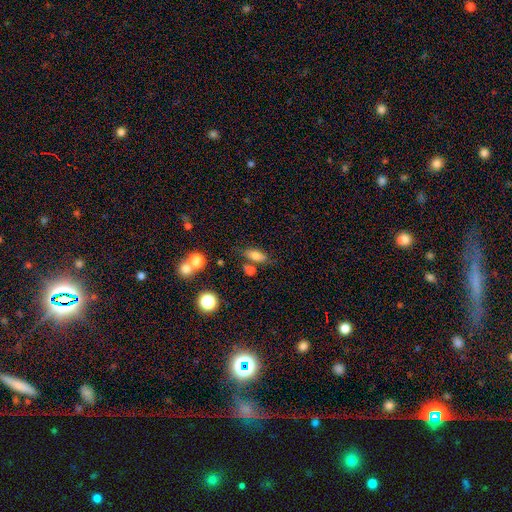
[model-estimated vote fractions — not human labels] Q: Smooth or featured?
A: smooth (77%); runner-up: featured or disk (12%)
Q: How rounded?
A: in between (79%); runner-up: cigar-shaped (15%)
Q: Merging?
A: none (66%); runner-up: minor disturbance (15%)